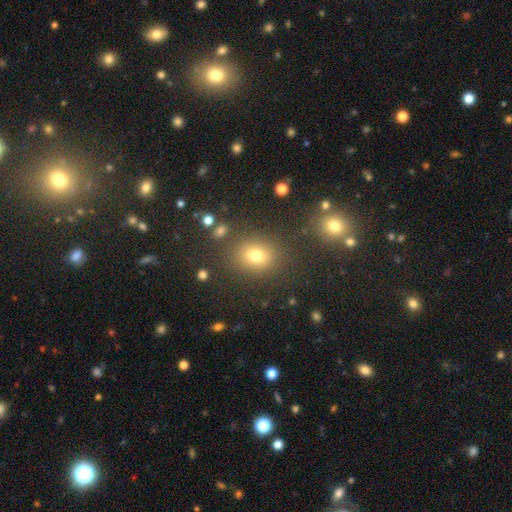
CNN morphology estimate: A smooth galaxy with no disk features (74%) that is round (57%). Merging: none (83%).